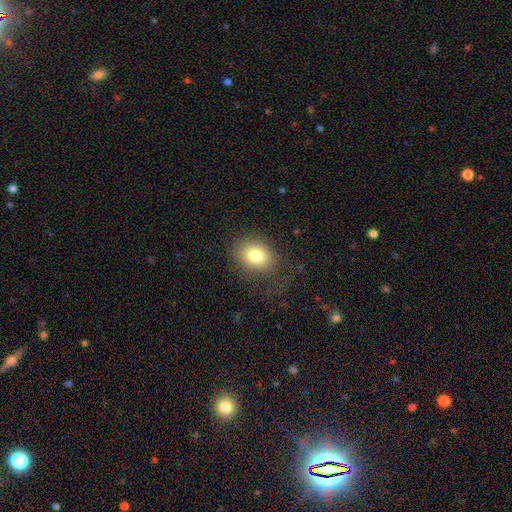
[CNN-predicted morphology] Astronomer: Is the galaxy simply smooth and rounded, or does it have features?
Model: smooth — 78%.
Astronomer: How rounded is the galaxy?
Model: in between — 55% (runner-up: round, 44%).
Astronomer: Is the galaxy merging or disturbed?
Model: none — 70%.